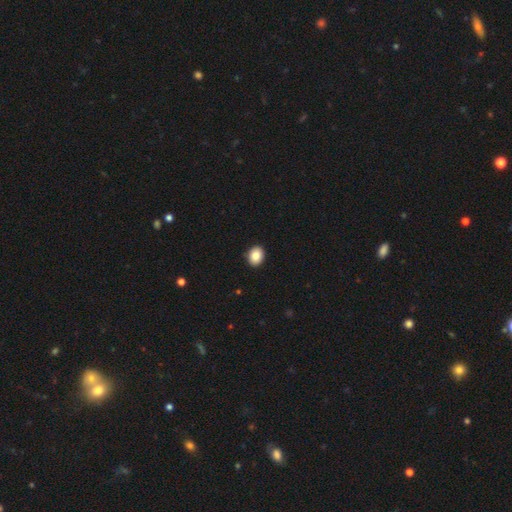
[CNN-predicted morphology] type=smooth (86%); roundness=in between (58%); merging=none (91%).